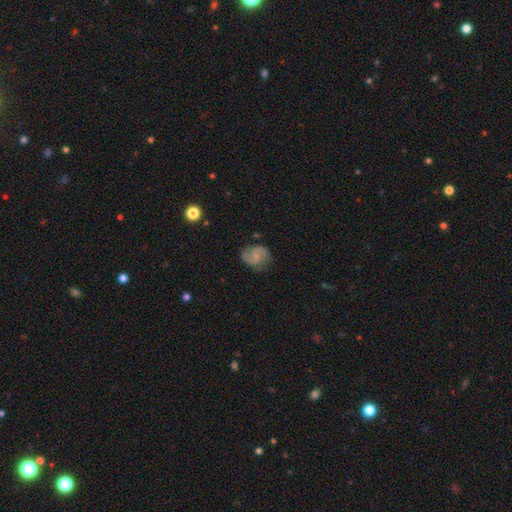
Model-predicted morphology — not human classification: Q: Smooth or featured?
A: featured or disk (73%); runner-up: smooth (21%)
Q: Edge-on disk?
A: no (98%); runner-up: yes (2%)
Q: Bar?
A: weak (48%); runner-up: no (43%)
Q: Spiral arms?
A: yes (94%); runner-up: no (6%)
Q: Spiral winding?
A: medium (53%); runner-up: loose (27%)
Q: Spiral arm count?
A: 2 (89%); runner-up: can't tell (6%)
Q: Bulge size?
A: small (53%); runner-up: none (24%)
Q: Merging?
A: none (75%); runner-up: minor disturbance (18%)